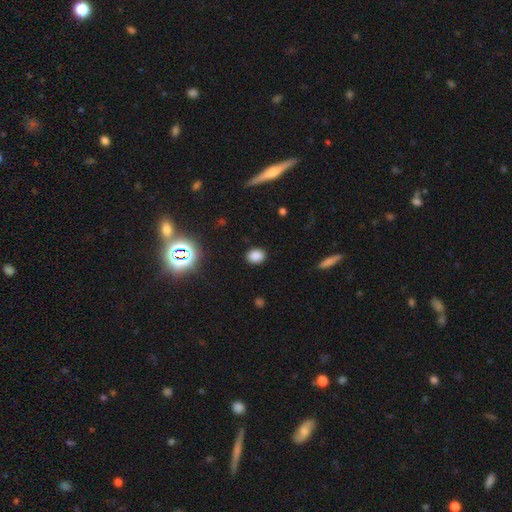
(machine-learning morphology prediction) smooth-or-featured: smooth: 82% | star or artifact: 14% | featured or disk: 4%
  how-rounded: in between: 56% | round: 43% | cigar-shaped: 1%
  merging: none: 88% | minor disturbance: 8% | major disturbance: 3% | merger: 1%